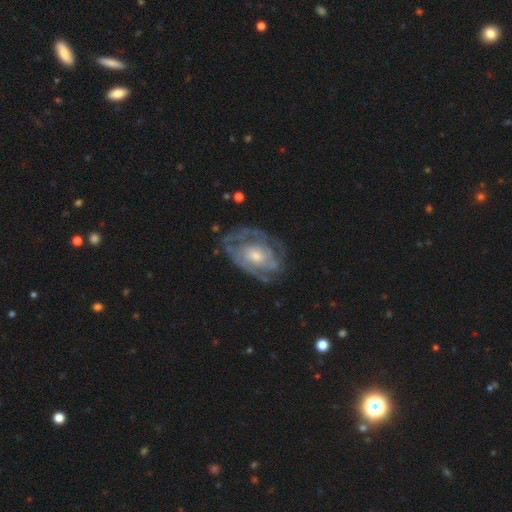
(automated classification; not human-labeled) A featured or disk galaxy (80%) with no bar (74%), tight (61%) spiral arms (81%) and a moderate central bulge (53%). Merging: none (66%).